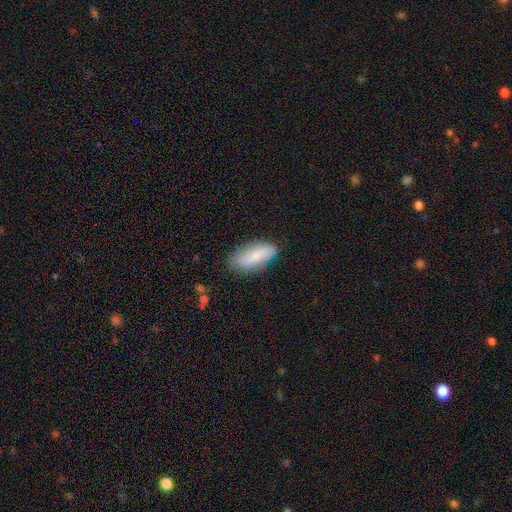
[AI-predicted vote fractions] The model was most divided on "merging": none: 78%, minor disturbance: 17%, major disturbance: 3%, merger: 1%. More confident: how rounded — in between (86%); smooth or featured — smooth (79%).